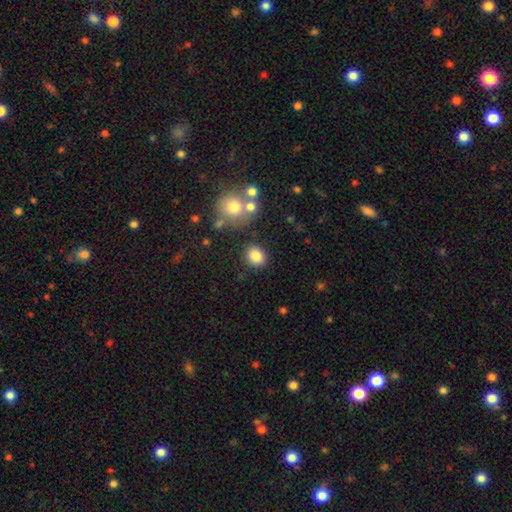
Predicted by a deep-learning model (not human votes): Q: Smooth or featured?
A: smooth (84%); runner-up: star or artifact (10%)
Q: How rounded?
A: round (60%); runner-up: in between (39%)
Q: Merging?
A: none (84%); runner-up: minor disturbance (9%)